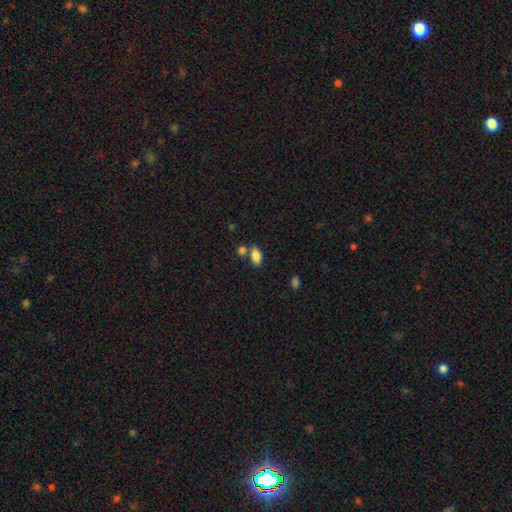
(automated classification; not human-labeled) Q: Smooth or featured?
A: smooth (84%); runner-up: star or artifact (8%)
Q: How rounded?
A: in between (89%); runner-up: cigar-shaped (7%)
Q: Merging?
A: none (67%); runner-up: merger (19%)